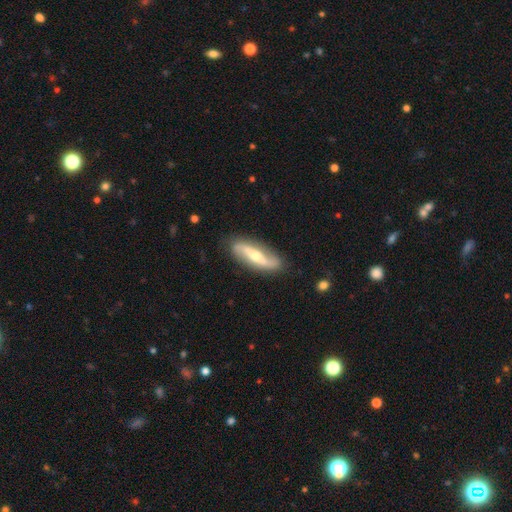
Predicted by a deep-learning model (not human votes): smooth-or-featured: featured or disk: 78% | smooth: 17% | star or artifact: 5%
  disk-edge-on: no: 75% | yes: 25%
    bar: strong: 42% | no: 31% | weak: 27%
    has-spiral-arms: yes: 88% | no: 12%
      spiral-winding: loose: 75% | medium: 17% | tight: 9%
      spiral-arm-count: 2: 91% | can't tell: 4% | 1: 2% | 3: 1% | 4: 1% | more than 4: 1%
    bulge-size: moderate: 62% | small: 32% | large: 4% | none: 1% | dominant: 1%
  merging: none: 85% | minor disturbance: 11% | major disturbance: 3% | merger: 1%